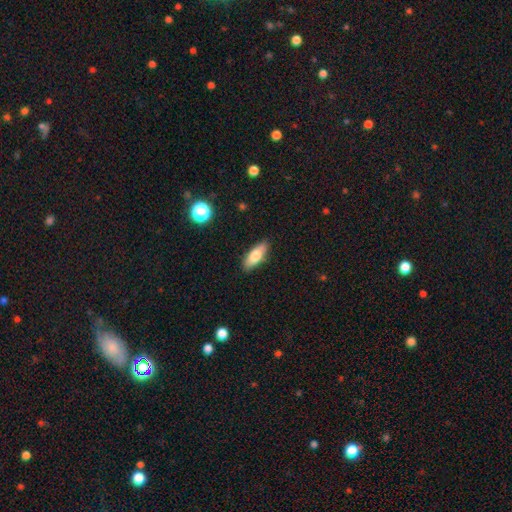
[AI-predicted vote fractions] Smooth or featured?
  - smooth: 74% *
  - featured or disk: 19%
  - star or artifact: 7%
How rounded?
  - in between: 70% *
  - cigar-shaped: 27%
  - round: 3%
Merging?
  - none: 87% *
  - minor disturbance: 10%
  - major disturbance: 2%
  - merger: 1%